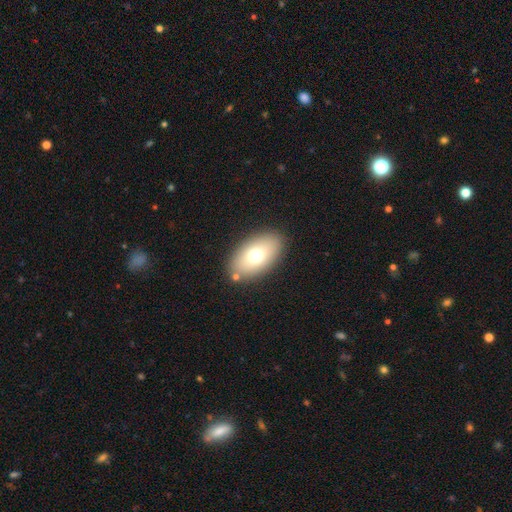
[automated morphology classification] smooth_or_featured: smooth (p=0.71) [alt: featured or disk p=0.20]
how_rounded: in between (p=0.91) [alt: round p=0.07]
merging: none (p=0.84) [alt: minor disturbance p=0.09]